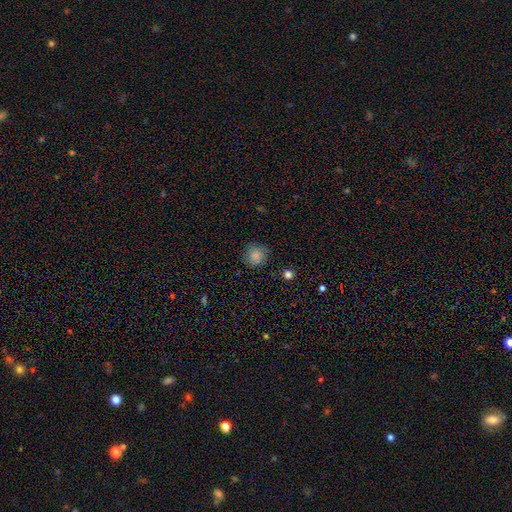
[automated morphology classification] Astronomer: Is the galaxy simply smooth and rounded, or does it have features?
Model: smooth — 83%.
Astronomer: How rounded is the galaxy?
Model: round — 89%.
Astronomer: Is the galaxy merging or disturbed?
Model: none — 79%.